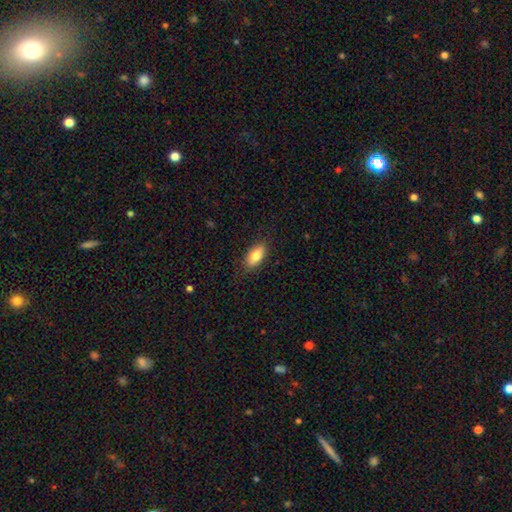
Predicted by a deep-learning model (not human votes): This appears to be a smooth galaxy with no disk features (82%) that is in between round and cigar-shaped (89%). Merging: none (83%).